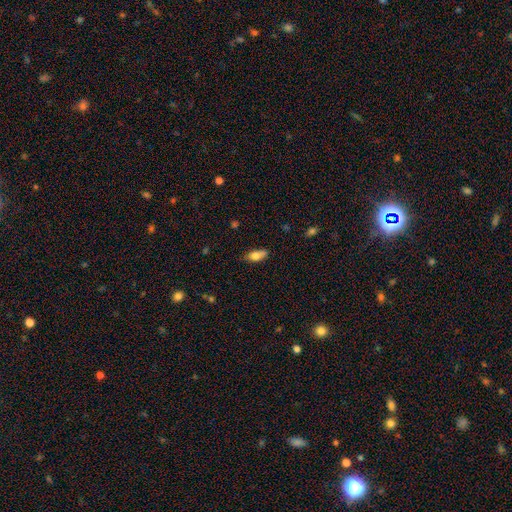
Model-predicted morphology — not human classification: type=smooth (75%); roundness=in between (77%); merging=none (66%).